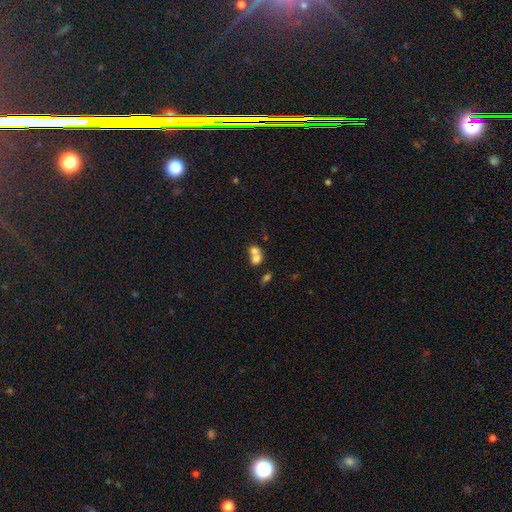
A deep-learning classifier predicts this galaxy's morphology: Smooth or featured? Predicted: smooth (p=0.71). How rounded? Predicted: round (p=0.61). Merging? Predicted: merger (p=0.70).